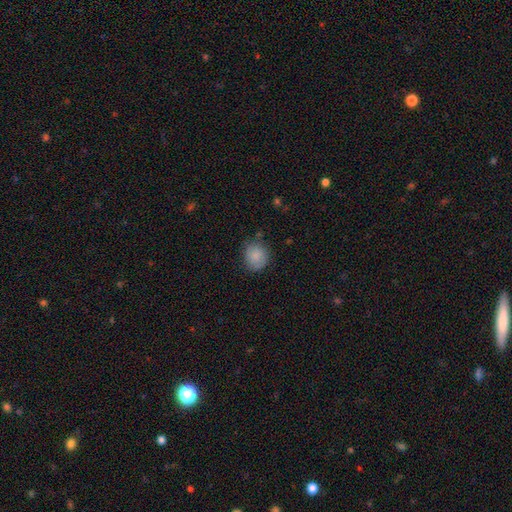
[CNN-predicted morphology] Overall: smooth (85%). How rounded: round (78%). Merging: none (74%).